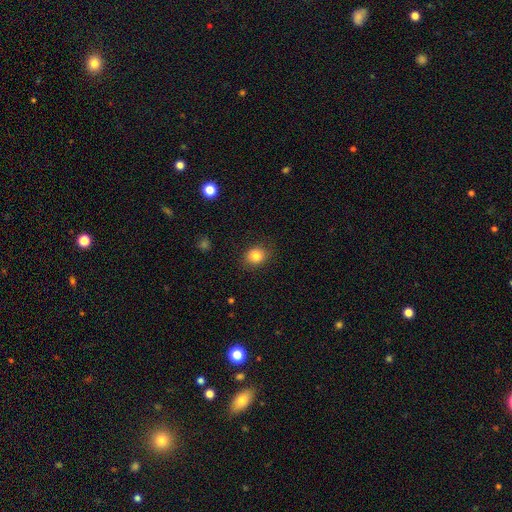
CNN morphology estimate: This is clearly a smooth galaxy (84%). How rounded: likely round (64%). Merging: clearly none (85%).